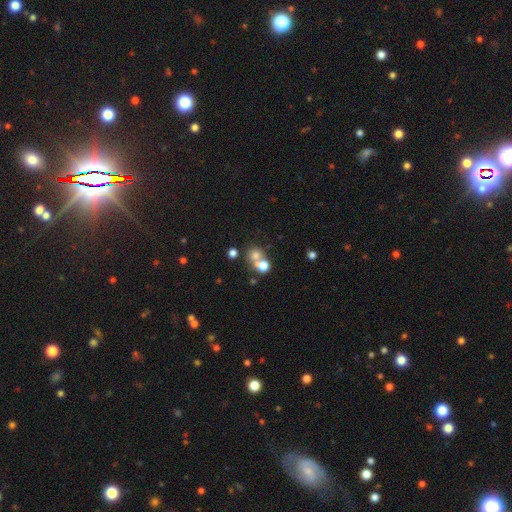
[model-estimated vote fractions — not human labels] A smooth galaxy with no disk features (67%) that is round (80%). Merging: merger (46%).